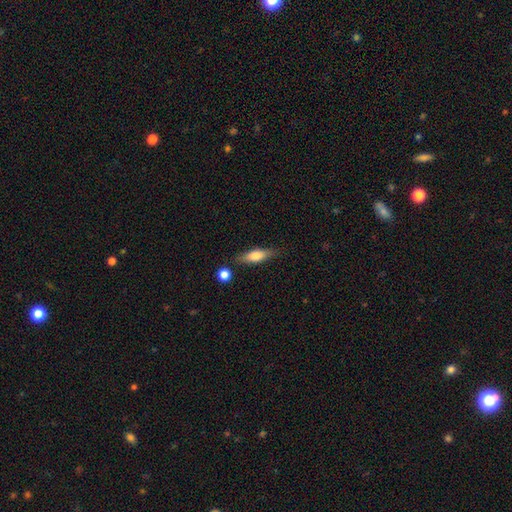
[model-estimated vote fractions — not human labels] A smooth galaxy with no disk features (63%) that is cigar-shaped (49%). Merging: none (77%).